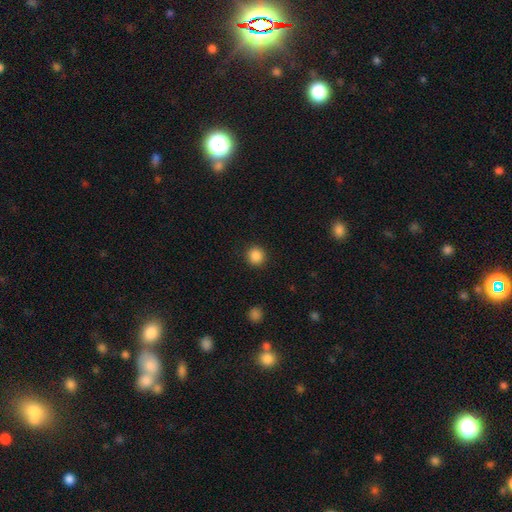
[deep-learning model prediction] smooth-or-featured: smooth: 87% | star or artifact: 10% | featured or disk: 3%
  how-rounded: round: 92% | in between: 7% | cigar-shaped: 1%
  merging: none: 91% | minor disturbance: 5% | major disturbance: 2% | merger: 1%